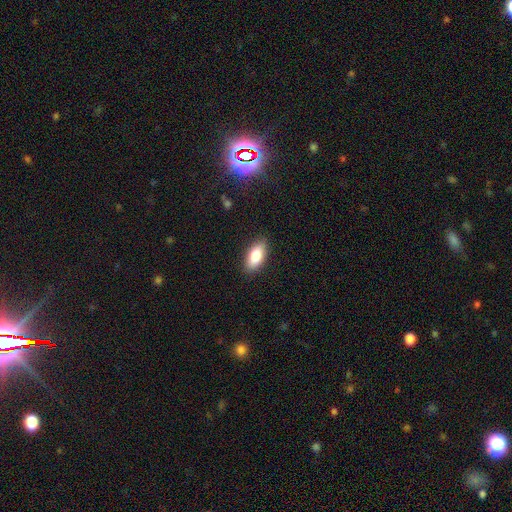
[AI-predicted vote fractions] smooth_or_featured: smooth (p=0.83) [alt: featured or disk p=0.10]
how_rounded: in between (p=0.87) [alt: cigar-shaped p=0.10]
merging: none (p=0.88) [alt: minor disturbance p=0.09]